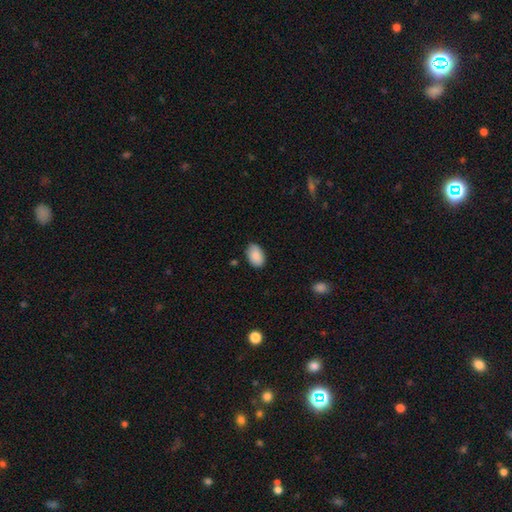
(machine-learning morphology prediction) smooth-or-featured: smooth: 89% | star or artifact: 6% | featured or disk: 5%
  how-rounded: in between: 90% | round: 8% | cigar-shaped: 1%
  merging: none: 84% | minor disturbance: 13% | major disturbance: 2% | merger: 1%